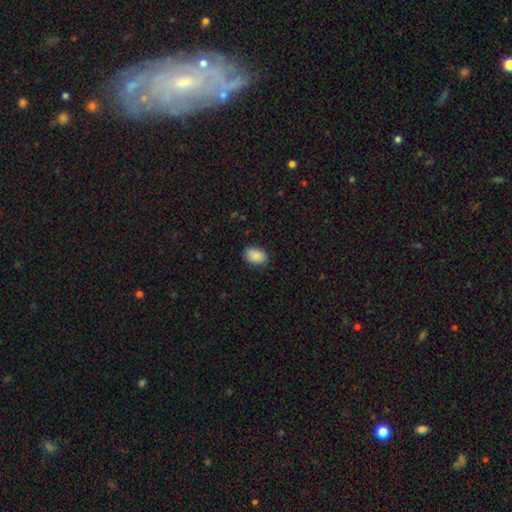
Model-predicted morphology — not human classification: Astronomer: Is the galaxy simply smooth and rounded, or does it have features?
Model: smooth — 90%.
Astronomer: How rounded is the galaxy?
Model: in between — 87%.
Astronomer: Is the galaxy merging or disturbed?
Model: none — 86%.